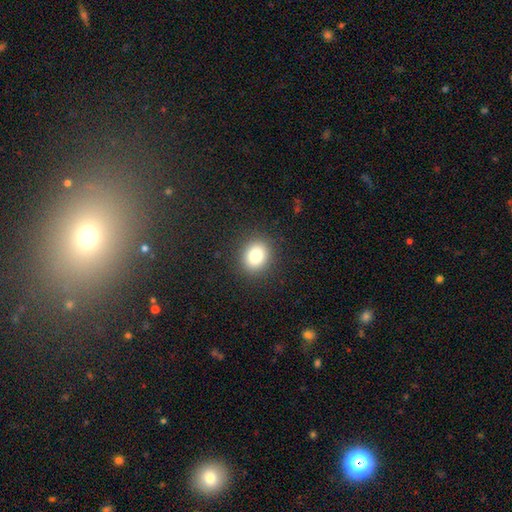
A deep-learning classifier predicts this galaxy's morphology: type=smooth (81%); roundness=round (68%); merging=none (90%).